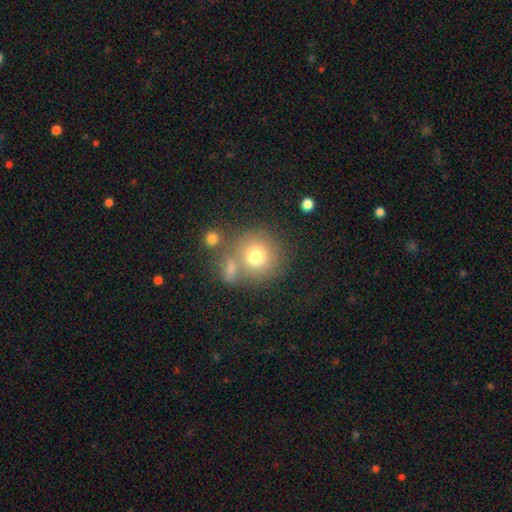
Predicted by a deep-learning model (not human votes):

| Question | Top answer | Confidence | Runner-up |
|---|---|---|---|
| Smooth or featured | smooth | 74% | featured or disk (14%) |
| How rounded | round | 90% | in between (9%) |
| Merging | none | 61% | merger (23%) |